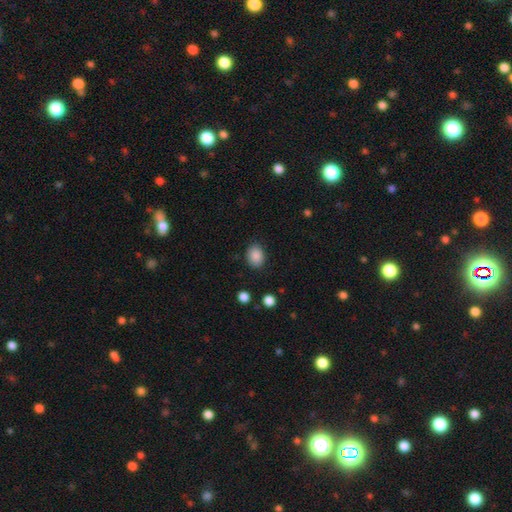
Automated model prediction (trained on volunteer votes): Overall: smooth (87%). How rounded: in between (64%; round 35%). Merging: none (85%).